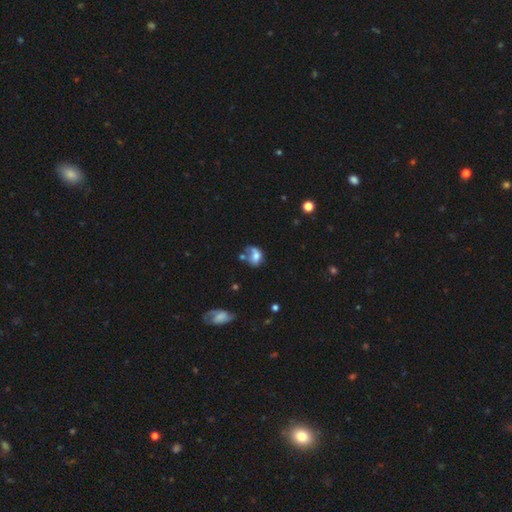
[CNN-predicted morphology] Overall: smooth (59%; featured or disk 30%). How rounded: in between (62%; round 37%). Merging: merger (30%; none 27%).